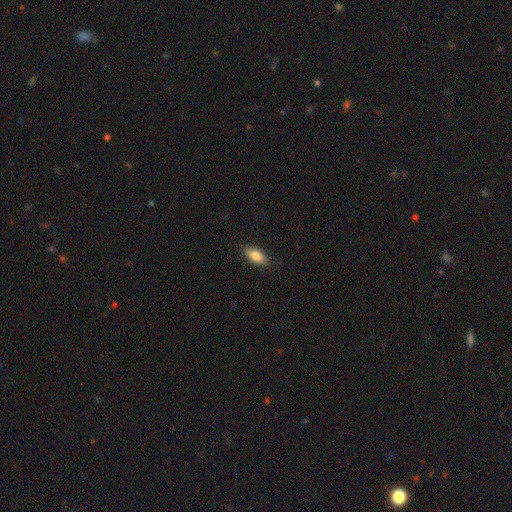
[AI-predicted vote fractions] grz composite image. It shows a smooth galaxy with no disk features (84%) that is in between round and cigar-shaped (87%). Merging: none (85%).